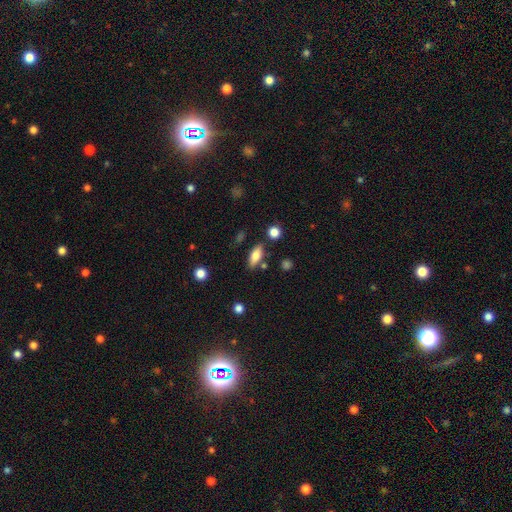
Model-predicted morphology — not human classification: Smooth or featured?
  - smooth: 74% *
  - featured or disk: 18%
  - star or artifact: 8%
How rounded?
  - in between: 79% *
  - cigar-shaped: 18%
  - round: 4%
Merging?
  - none: 80% *
  - minor disturbance: 12%
  - merger: 5%
  - major disturbance: 3%